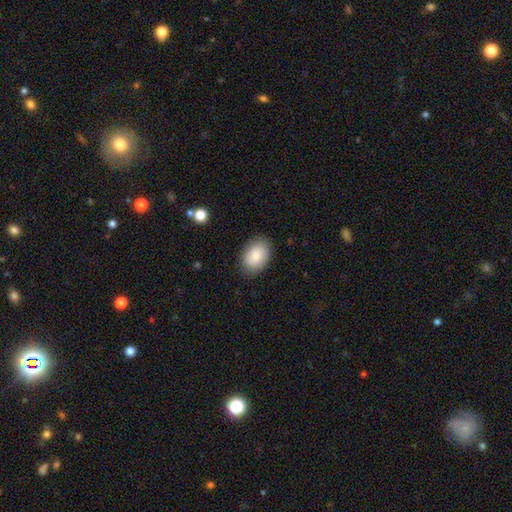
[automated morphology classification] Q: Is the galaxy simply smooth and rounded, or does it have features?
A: smooth — 83%.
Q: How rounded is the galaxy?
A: in between — 78%.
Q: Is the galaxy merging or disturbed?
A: none — 85%.